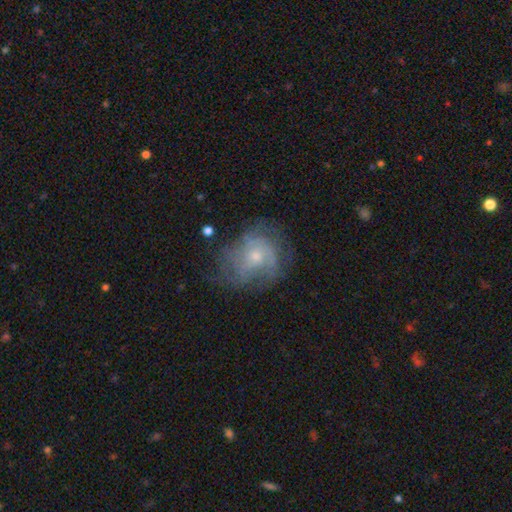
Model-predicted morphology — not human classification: Smooth or featured? Predicted: featured or disk (p=0.65). Edge-on disk? Predicted: no (p=0.97). Bar? Predicted: no (p=0.78). Spiral arms? Predicted: yes (p=0.76). Bulge size? Predicted: small (p=0.60). Merging? Predicted: none (p=0.58).